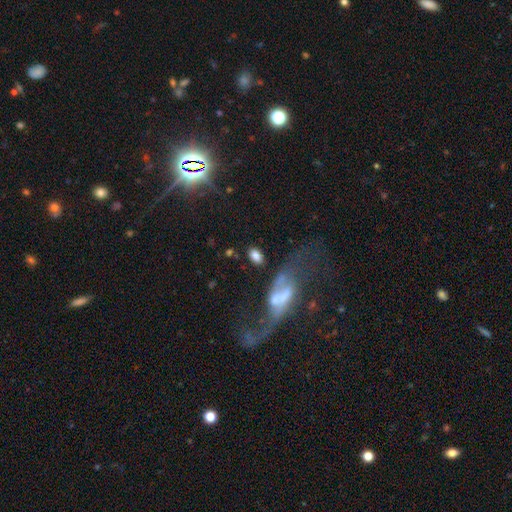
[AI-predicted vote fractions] This appears to be a smooth galaxy with no disk features (80%) that is in between round and cigar-shaped (90%). Merging: none (71%).